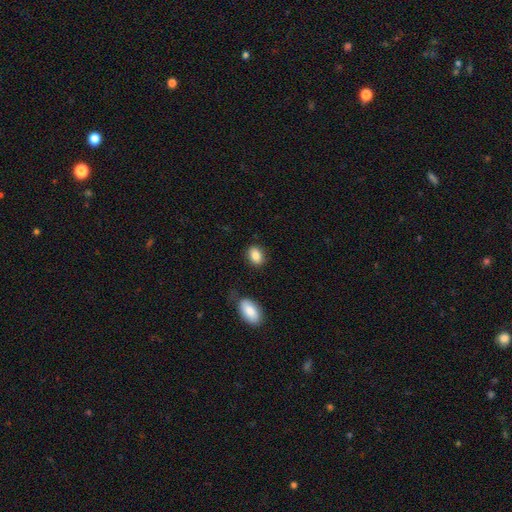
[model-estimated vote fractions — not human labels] Smooth or featured? smooth (87%)
How rounded? in between (77%)
Merging? none (83%)